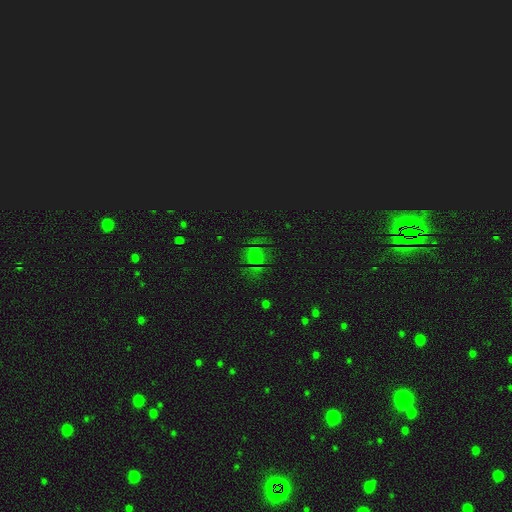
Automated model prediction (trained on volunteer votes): Smooth or featured? star or artifact (42%)